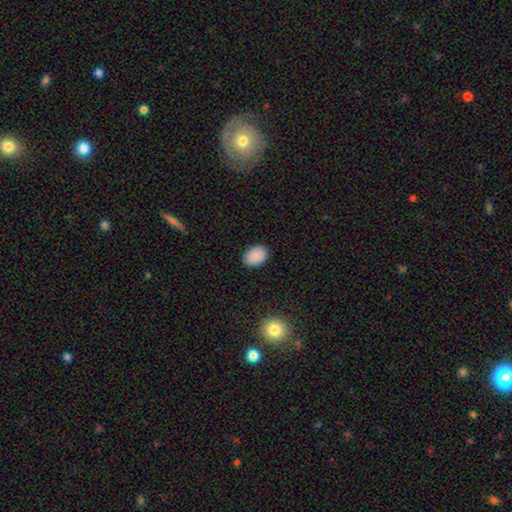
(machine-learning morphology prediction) This appears to be a smooth galaxy with no disk features (90%) that is in between round and cigar-shaped (82%). Merging: none (88%).